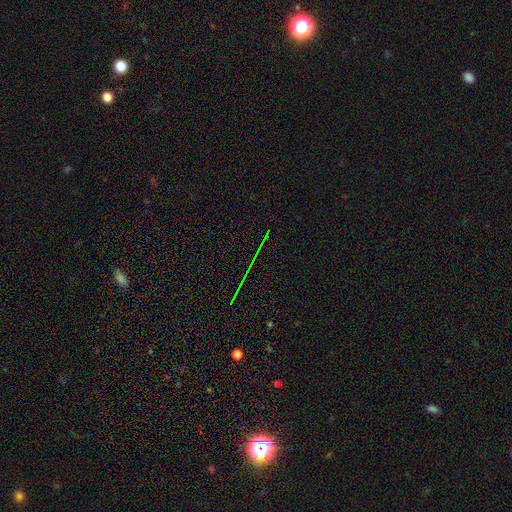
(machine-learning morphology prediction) Smooth or featured? Predicted: star or artifact (p=0.80).